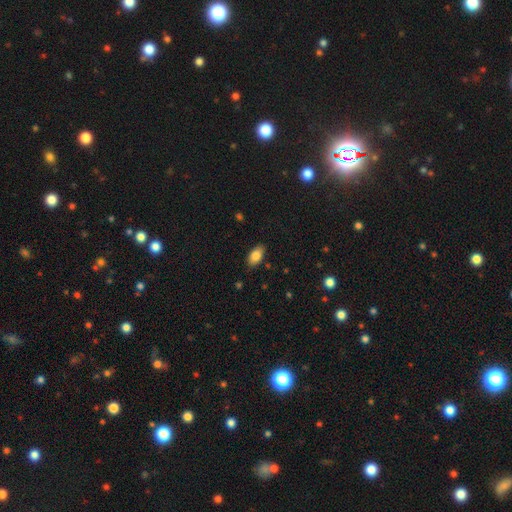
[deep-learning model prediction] This is clearly a smooth galaxy (84%). How rounded: clearly in between (92%). Merging: clearly none (85%).